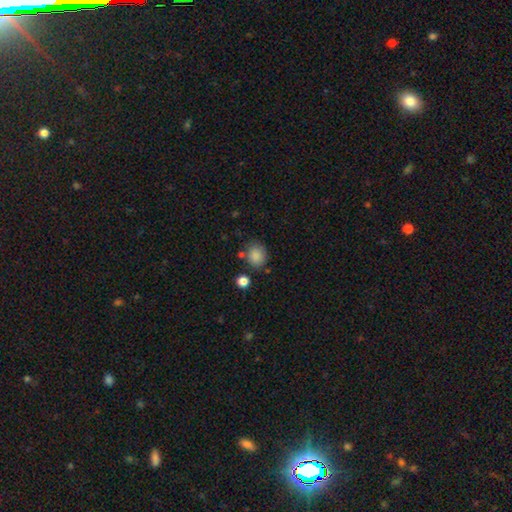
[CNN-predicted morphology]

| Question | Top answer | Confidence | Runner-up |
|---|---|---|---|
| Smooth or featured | smooth | 85% | star or artifact (10%) |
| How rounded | round | 65% | in between (34%) |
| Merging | none | 71% | minor disturbance (16%) |